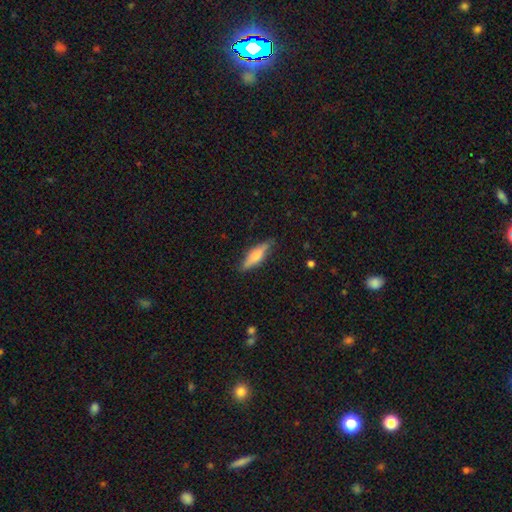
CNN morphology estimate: A smooth galaxy with no disk features (57%) that is cigar-shaped (61%). Merging: none (82%).